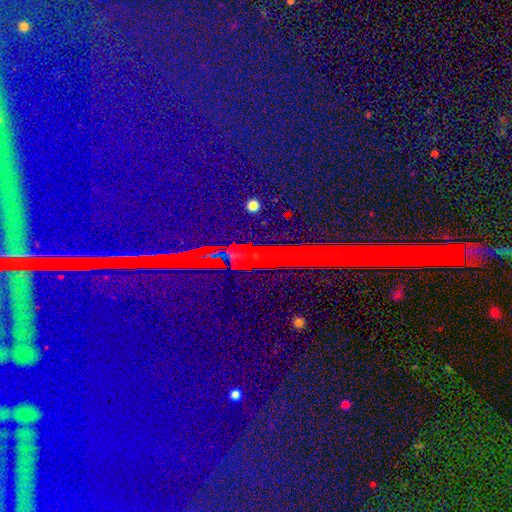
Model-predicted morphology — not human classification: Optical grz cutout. It shows a star or artifact, not a galaxy (61%).